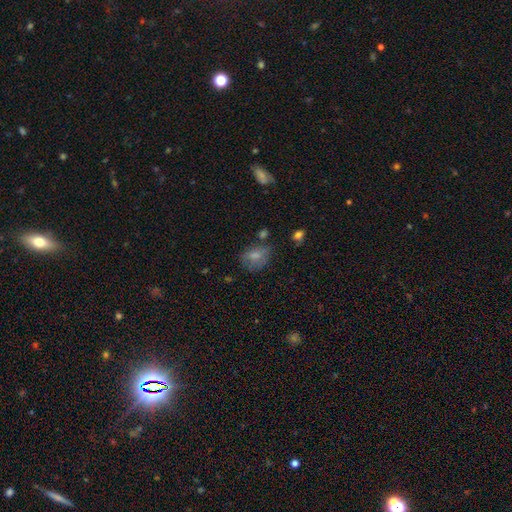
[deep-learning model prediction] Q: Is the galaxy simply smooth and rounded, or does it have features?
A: smooth — 70%.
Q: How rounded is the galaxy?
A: in between — 63%.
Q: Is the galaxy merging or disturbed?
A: none — 50%.